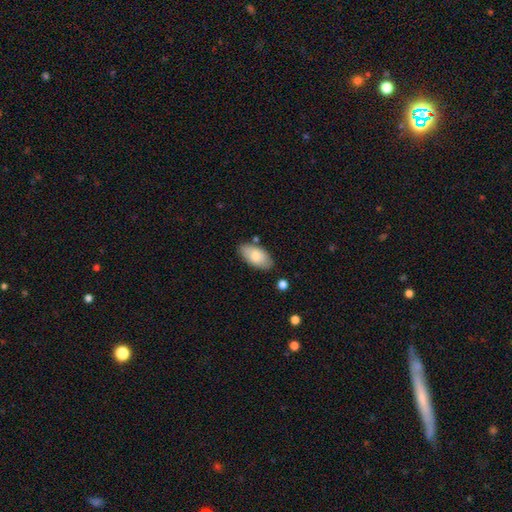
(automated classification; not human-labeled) This is likely a smooth galaxy (79%). How rounded: clearly in between (94%). Merging: likely none (78%).